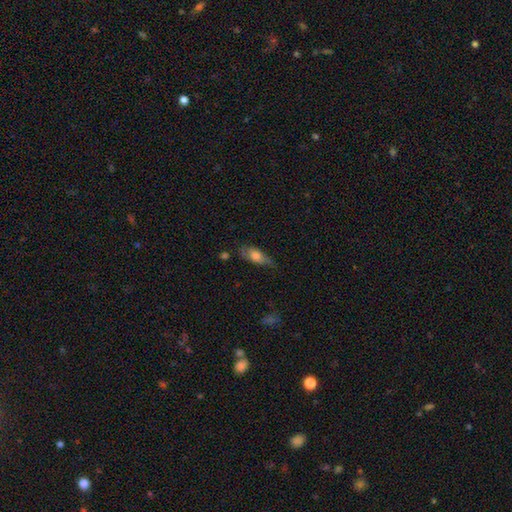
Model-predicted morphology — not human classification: The model was most divided on "merging": none: 59%, minor disturbance: 31%, major disturbance: 8%, merger: 2%. More confident: how rounded — in between (74%); smooth or featured — smooth (66%).